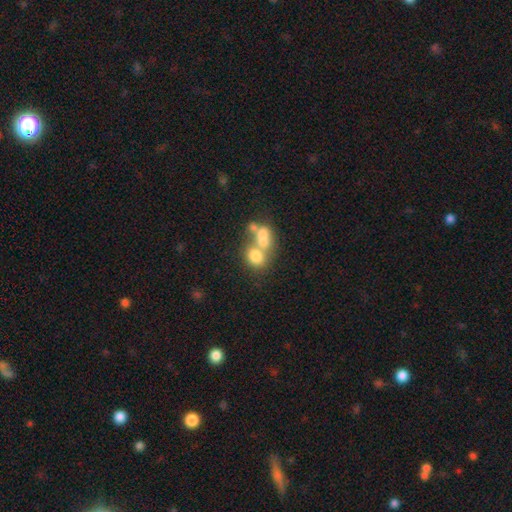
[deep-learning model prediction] A smooth galaxy with no disk features (62%) that is round (57%). Merging: merger (60%).